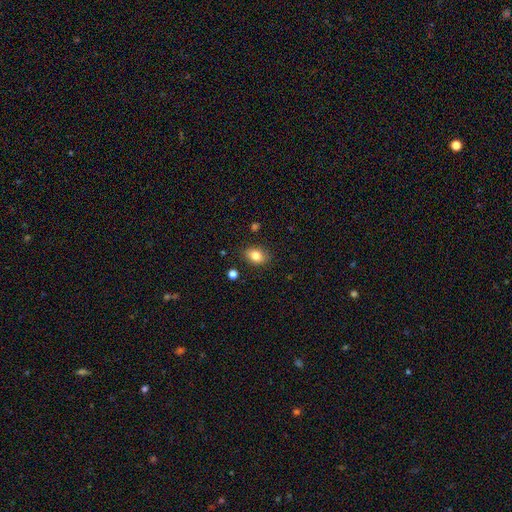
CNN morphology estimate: smooth 83%, star or artifact 9%, featured or disk 8%. Down the decision tree: how rounded — in between (76%); merging — none (85%).